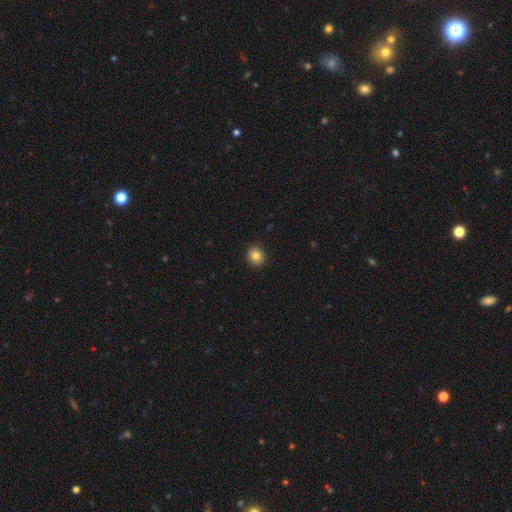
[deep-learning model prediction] Q: Smooth or featured?
A: smooth (82%); runner-up: star or artifact (10%)
Q: How rounded?
A: round (76%); runner-up: in between (23%)
Q: Merging?
A: none (92%); runner-up: minor disturbance (6%)